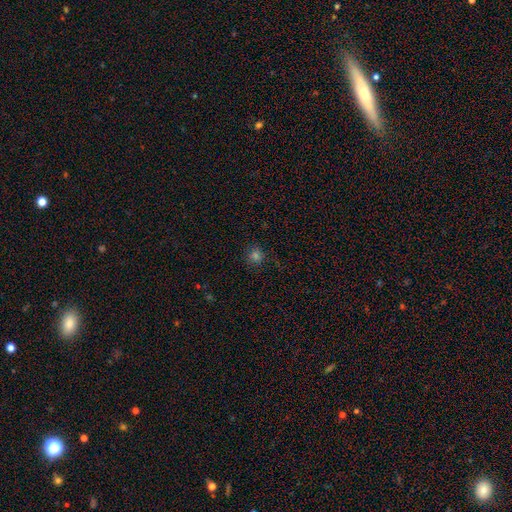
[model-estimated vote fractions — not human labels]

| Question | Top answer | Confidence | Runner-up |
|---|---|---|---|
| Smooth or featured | smooth | 74% | star or artifact (20%) |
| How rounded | round | 91% | in between (8%) |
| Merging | none | 86% | minor disturbance (10%) |